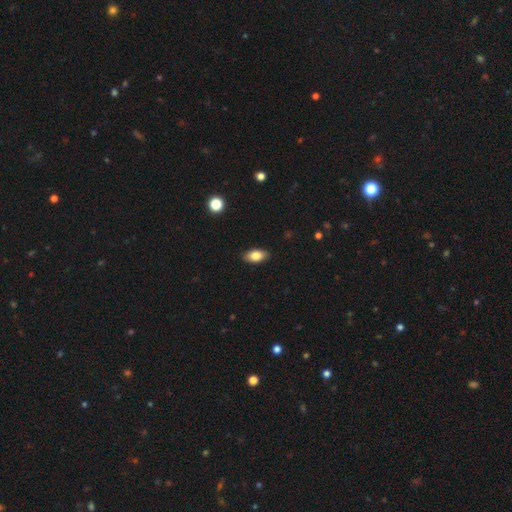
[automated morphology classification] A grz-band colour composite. It shows a smooth galaxy with no disk features (81%) that is in between round and cigar-shaped (91%). Merging: none (89%).